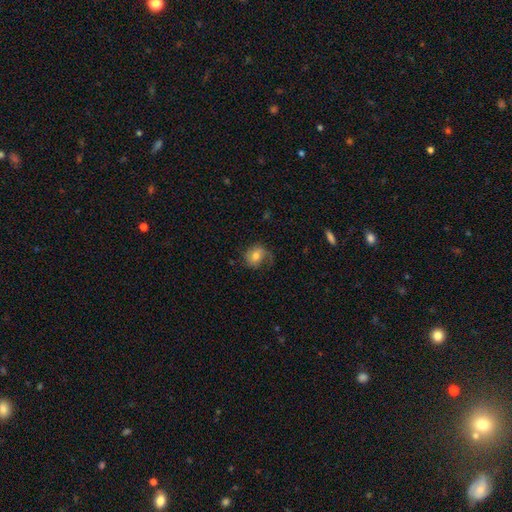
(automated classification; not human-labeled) Smooth or featured? smooth (59%)
How rounded? round (60%)
Merging? none (52%)